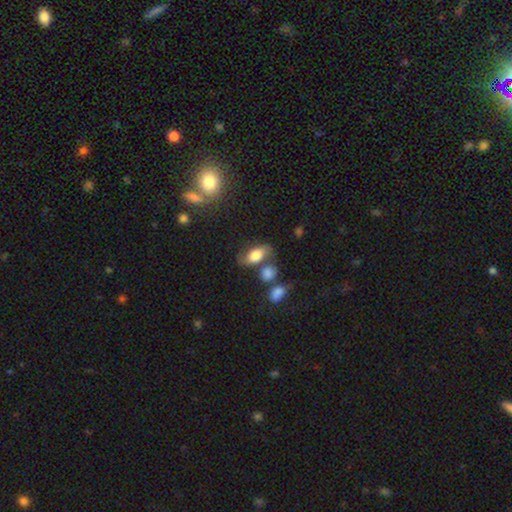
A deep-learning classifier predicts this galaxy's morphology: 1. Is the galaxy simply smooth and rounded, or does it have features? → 59% smooth, 32% featured or disk, 9% star or artifact.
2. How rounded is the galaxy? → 86% in between, 8% round, 6% cigar-shaped.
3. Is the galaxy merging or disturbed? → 56% none, 21% minor disturbance, 13% merger, 9% major disturbance.